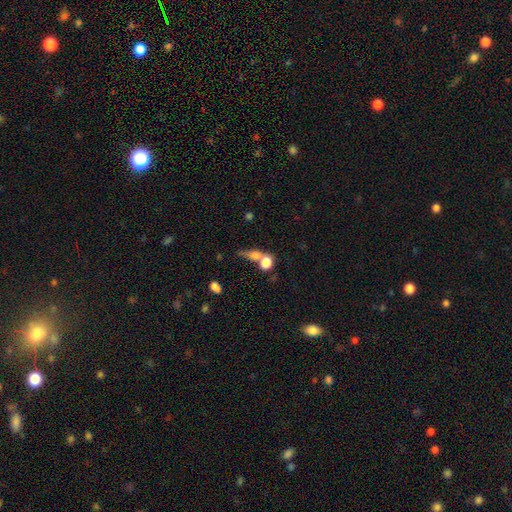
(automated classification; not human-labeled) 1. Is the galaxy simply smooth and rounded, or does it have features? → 74% smooth, 15% featured or disk, 11% star or artifact.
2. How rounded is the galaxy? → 47% round, 42% in between, 11% cigar-shaped.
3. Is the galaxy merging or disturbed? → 50% merger, 29% none, 11% minor disturbance, 10% major disturbance.